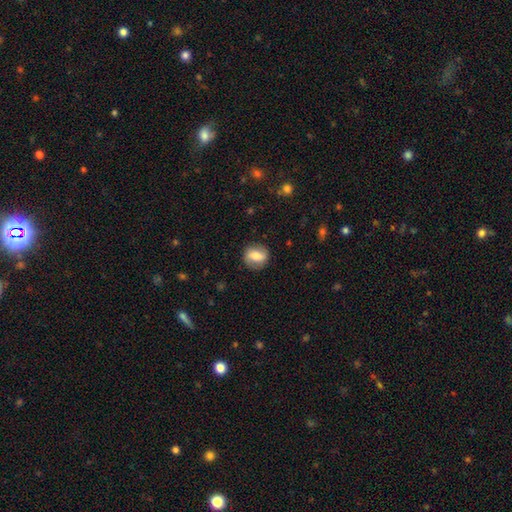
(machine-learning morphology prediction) Smooth or featured?
  - smooth: 62% *
  - featured or disk: 30%
  - star or artifact: 8%
How rounded?
  - round: 63% *
  - in between: 35%
  - cigar-shaped: 2%
Merging?
  - none: 84% *
  - minor disturbance: 12%
  - major disturbance: 4%
  - merger: 1%